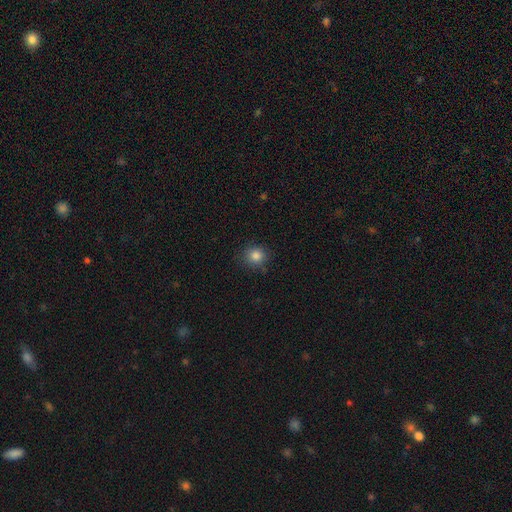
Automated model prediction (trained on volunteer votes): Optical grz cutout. It shows a smooth galaxy with no disk features (84%) that is round (87%). Merging: none (86%).